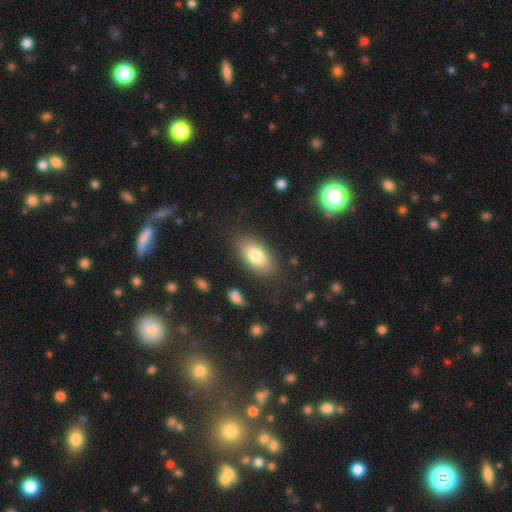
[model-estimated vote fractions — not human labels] A smooth galaxy with no disk features (77%) that is in between round and cigar-shaped (90%).

Vote fractions:
- Smooth or featured? smooth: 77% / featured or disk: 15% / star or artifact: 8%
- How rounded? in between: 90% / round: 5% / cigar-shaped: 5%
- Merging? none: 83% / minor disturbance: 11% / major disturbance: 4% / merger: 2%